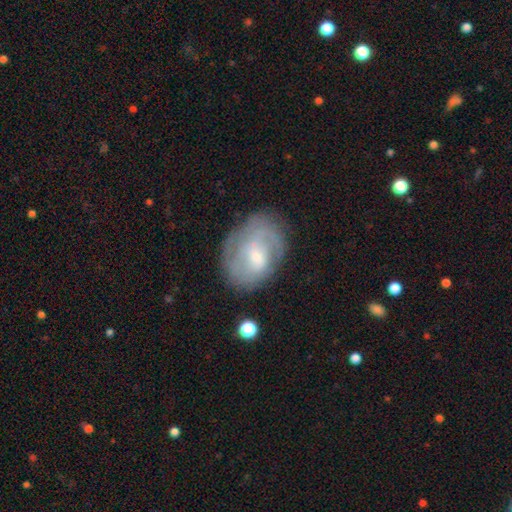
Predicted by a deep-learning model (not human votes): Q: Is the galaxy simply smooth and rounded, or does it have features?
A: featured or disk — 63%.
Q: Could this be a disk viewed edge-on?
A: no — 96%.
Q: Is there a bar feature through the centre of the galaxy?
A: weak — 51%.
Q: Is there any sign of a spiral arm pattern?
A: yes — 79%.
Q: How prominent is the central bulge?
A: small — 51%.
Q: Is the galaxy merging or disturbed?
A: none — 65%.